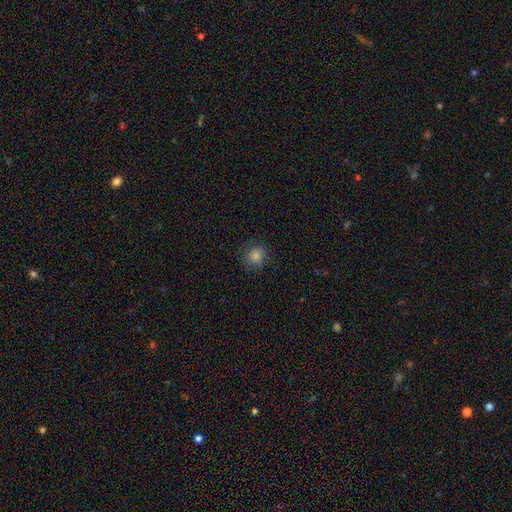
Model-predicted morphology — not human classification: Smooth or featured? smooth (79%)
How rounded? round (91%)
Merging? none (87%)